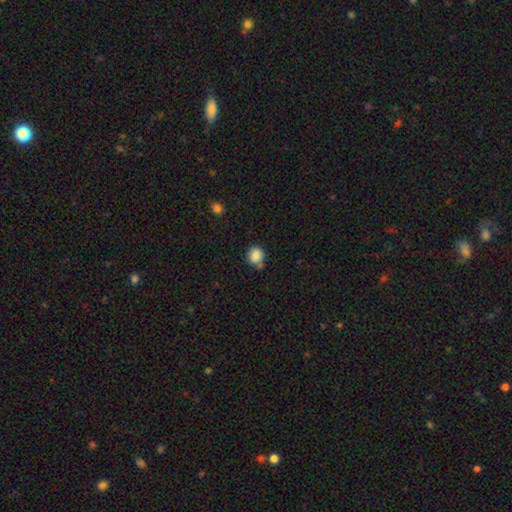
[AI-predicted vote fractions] Smooth or featured?
  - smooth: 85% *
  - star or artifact: 9%
  - featured or disk: 5%
How rounded?
  - round: 78% *
  - in between: 21%
  - cigar-shaped: 1%
Merging?
  - none: 65% *
  - minor disturbance: 18%
  - merger: 13%
  - major disturbance: 4%